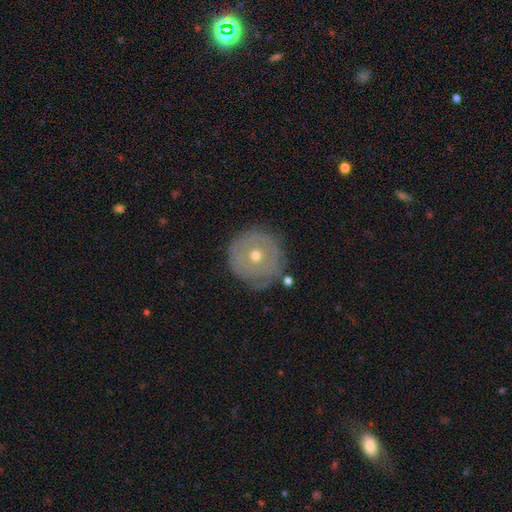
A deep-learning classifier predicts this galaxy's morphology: featured or disk 55%, smooth 37%, star or artifact 9%. Down the decision tree: edge-on disk — no (95%); bar — no (89%); spiral arms — no (57%); bulge size — moderate (60%); merging — none (77%).